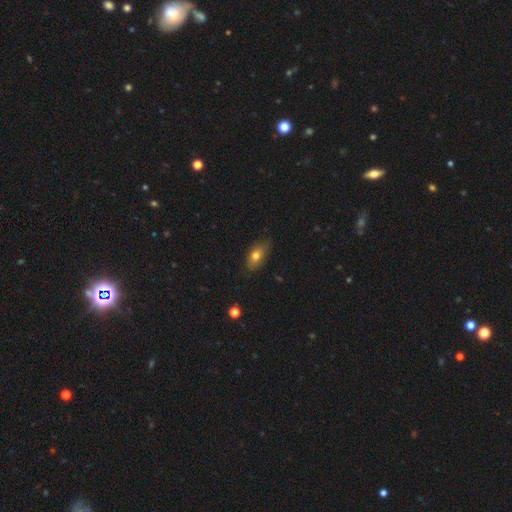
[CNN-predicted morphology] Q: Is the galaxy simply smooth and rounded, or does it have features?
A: smooth — 75%.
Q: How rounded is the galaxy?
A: in between — 86%.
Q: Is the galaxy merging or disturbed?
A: none — 73%.